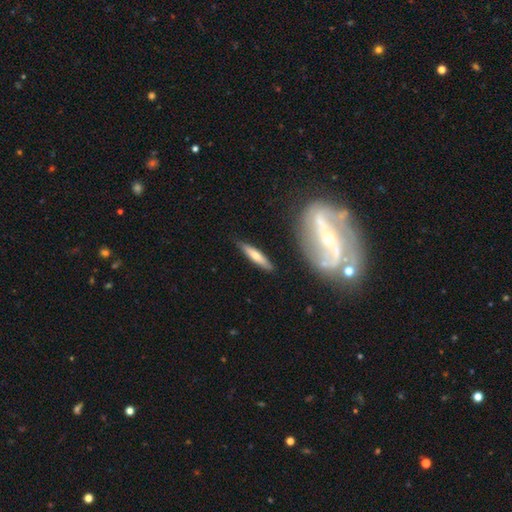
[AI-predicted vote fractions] Overall: smooth (59%; featured or disk 35%). How rounded: cigar-shaped (87%). Merging: none (84%).